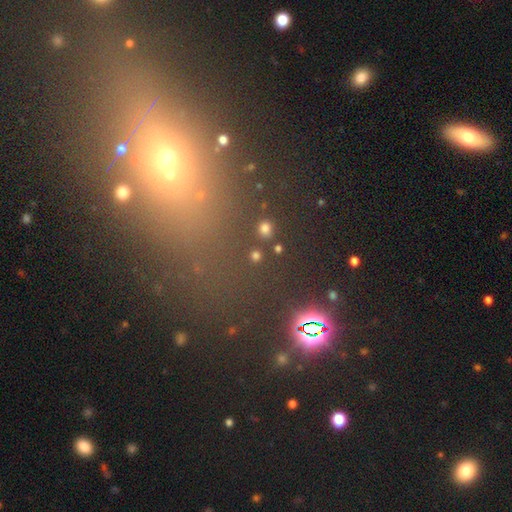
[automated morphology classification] smooth_or_featured: smooth (p=0.74) [alt: star or artifact p=0.22]
how_rounded: round (p=0.90) [alt: in between p=0.09]
merging: none (p=0.86) [alt: minor disturbance p=0.06]